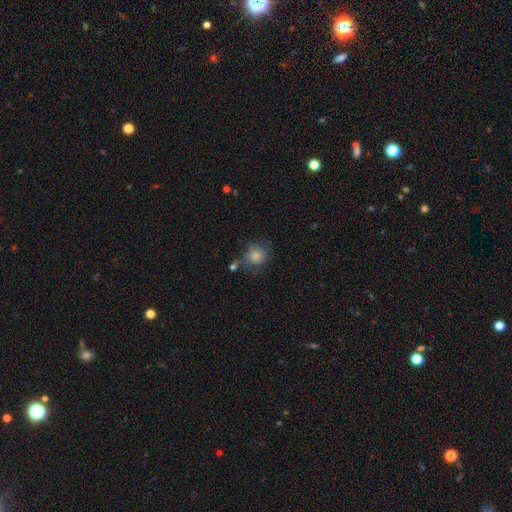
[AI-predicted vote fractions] This appears to be a smooth galaxy with no disk features (80%) that is round (83%). Merging: none (56%).